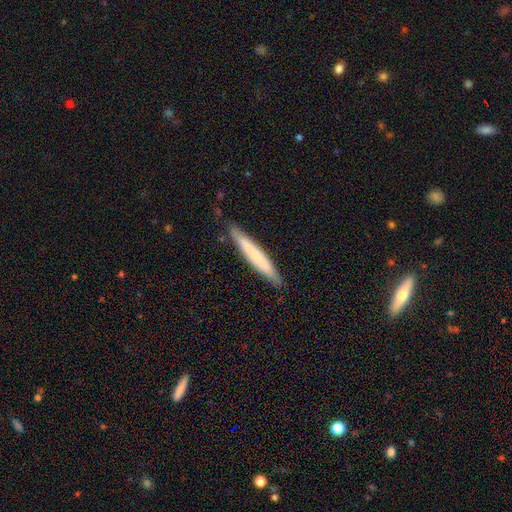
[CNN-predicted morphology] type=smooth (64%); roundness=cigar-shaped (95%); merging=none (86%).